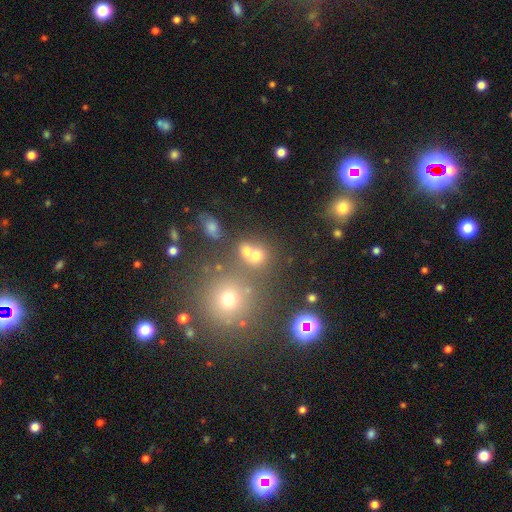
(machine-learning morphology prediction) Smooth or featured? smooth (66%)
How rounded? round (76%)
Merging? none (50%)